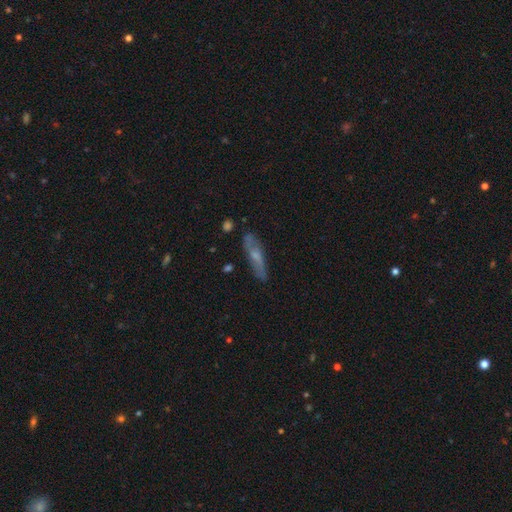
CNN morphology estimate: Smooth or featured? Predicted: featured or disk (p=0.49). Merging? Predicted: none (p=0.79).